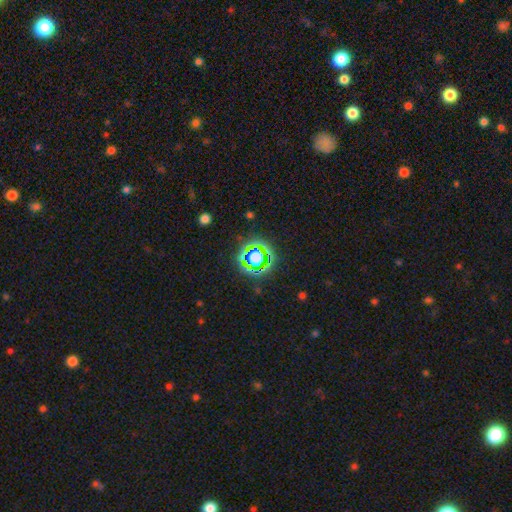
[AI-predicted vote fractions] Morphology: type=star or artifact (59%).